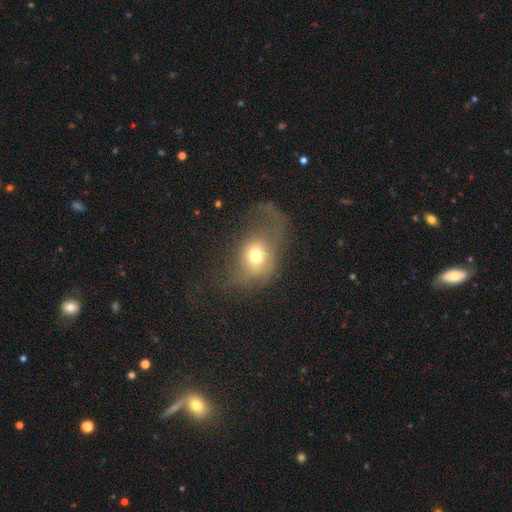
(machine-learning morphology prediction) Smooth or featured?
  - smooth: 65% *
  - featured or disk: 23%
  - star or artifact: 12%
How rounded?
  - in between: 52% *
  - round: 46%
  - cigar-shaped: 2%
Merging?
  - major disturbance: 48% *
  - none: 30%
  - minor disturbance: 20%
  - merger: 3%